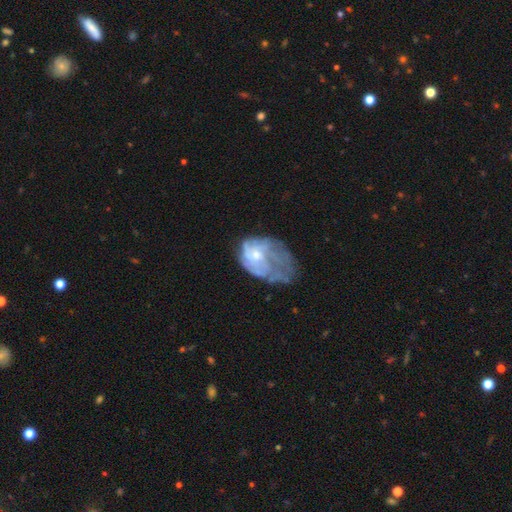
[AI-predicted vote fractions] This appears to be a featured or disk galaxy (62%) with no bar (80%), no spiral arms (53%) and a moderate central bulge (49%). Merging: major disturbance (43%).